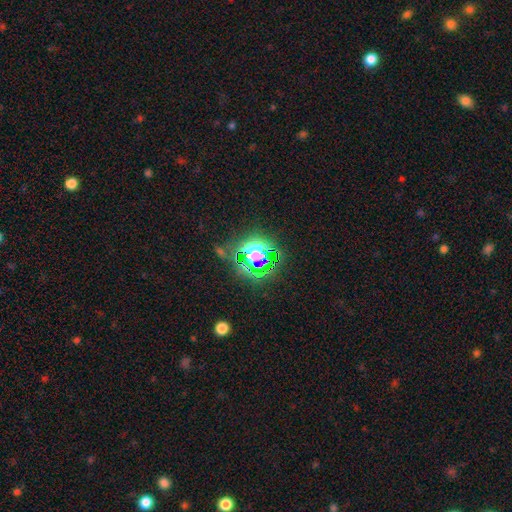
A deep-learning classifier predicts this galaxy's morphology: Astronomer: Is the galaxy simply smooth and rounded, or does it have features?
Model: star or artifact — 68%.